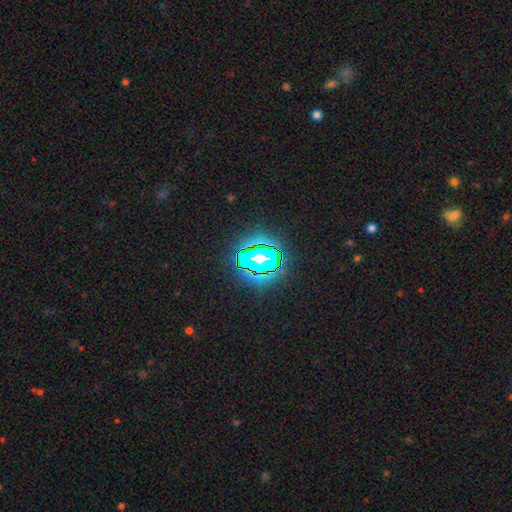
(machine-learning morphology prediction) Smooth or featured: star or artifact — 61% (smooth — 22%)